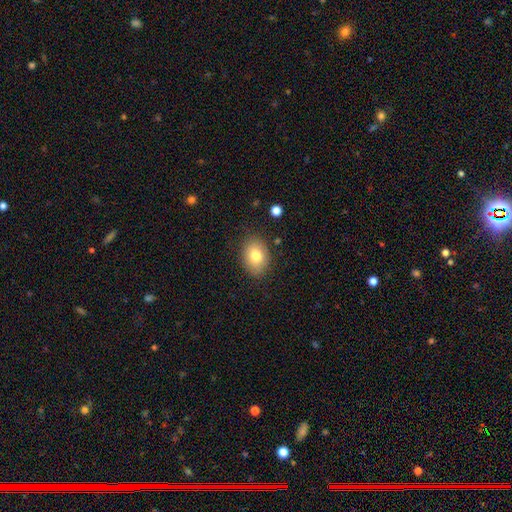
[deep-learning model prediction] Overall: smooth (78%). How rounded: in between (69%; round 30%). Merging: none (84%).